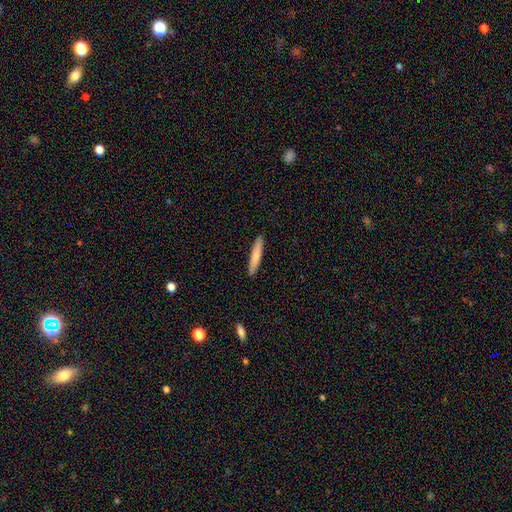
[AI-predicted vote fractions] A smooth galaxy with no disk features (72%) that is cigar-shaped (92%).

Vote fractions:
- Smooth or featured? smooth: 72% / featured or disk: 22% / star or artifact: 5%
- How rounded? cigar-shaped: 92% / in between: 6% / round: 1%
- Merging? none: 91% / minor disturbance: 6% / major disturbance: 1% / merger: 1%